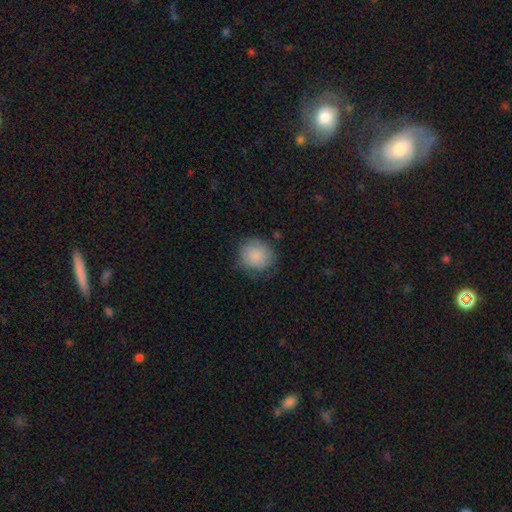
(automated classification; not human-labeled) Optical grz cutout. It shows a smooth galaxy with no disk features (86%) that is round (88%). Merging: none (77%).